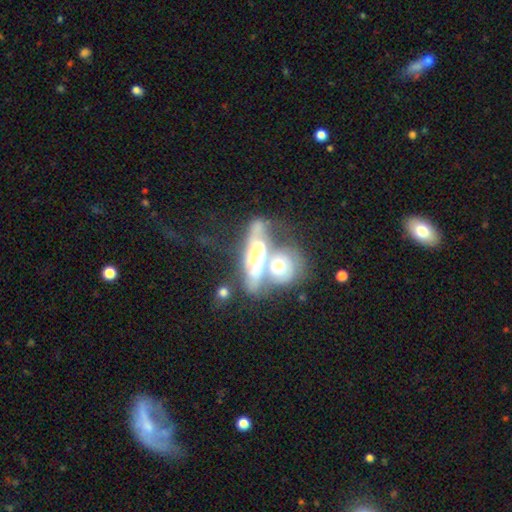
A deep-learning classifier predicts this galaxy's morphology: Smooth or featured? featured or disk (60%)
Edge-on disk? no (75%)
Merging? merger (65%)